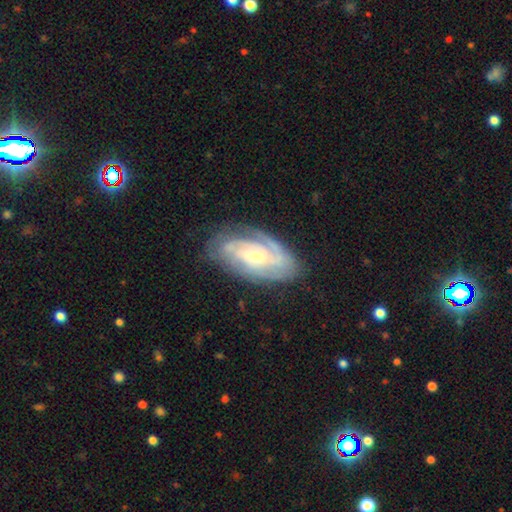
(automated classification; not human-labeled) Smooth or featured: featured or disk — 85% (smooth — 10%)
Edge-on disk: no — 95% (yes — 5%)
Bar: no — 58% (weak — 33%)
Spiral arms: yes — 96% (no — 4%)
Spiral winding: tight — 65% (medium — 29%)
Spiral arm count: can't tell — 28% (tied with 3 — 28%)
Bulge size: small — 58% (moderate — 37%)
Merging: none — 74% (minor disturbance — 19%)